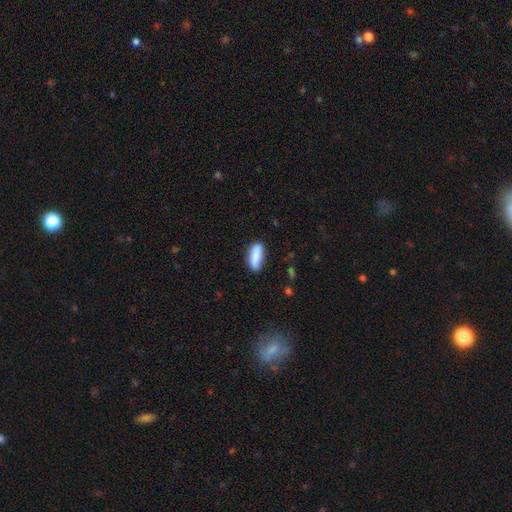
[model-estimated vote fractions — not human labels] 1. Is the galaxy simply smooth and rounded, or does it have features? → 88% smooth, 6% star or artifact, 5% featured or disk.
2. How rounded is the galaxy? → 72% in between, 26% cigar-shaped, 2% round.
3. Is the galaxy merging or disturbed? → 81% none, 14% minor disturbance, 3% major disturbance, 2% merger.